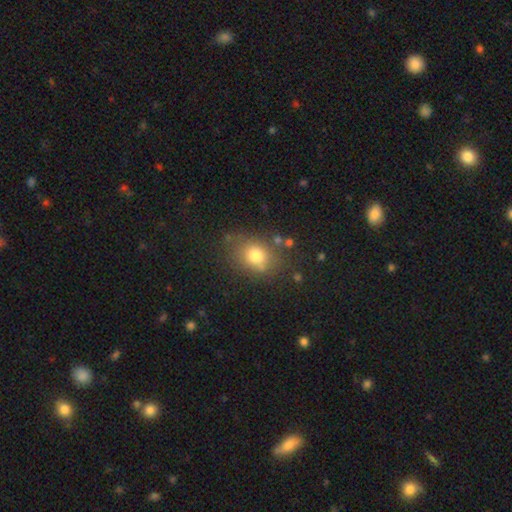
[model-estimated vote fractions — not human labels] This appears to be a smooth galaxy with no disk features (77%) that is round (57%). Merging: none (72%).